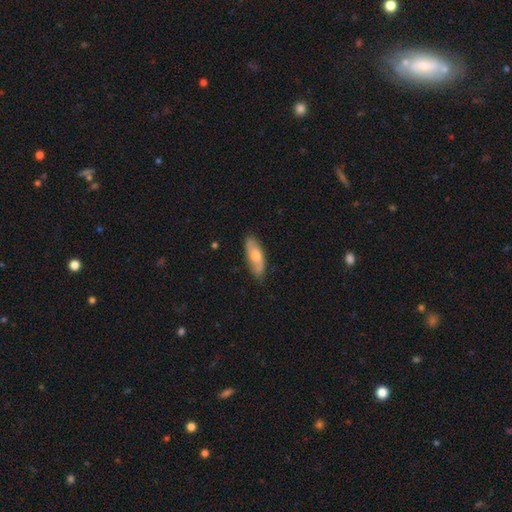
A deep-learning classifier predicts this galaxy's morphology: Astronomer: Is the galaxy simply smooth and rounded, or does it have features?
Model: featured or disk — 48% (runner-up: smooth, 46%).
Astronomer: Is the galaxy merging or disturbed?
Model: none — 83%.